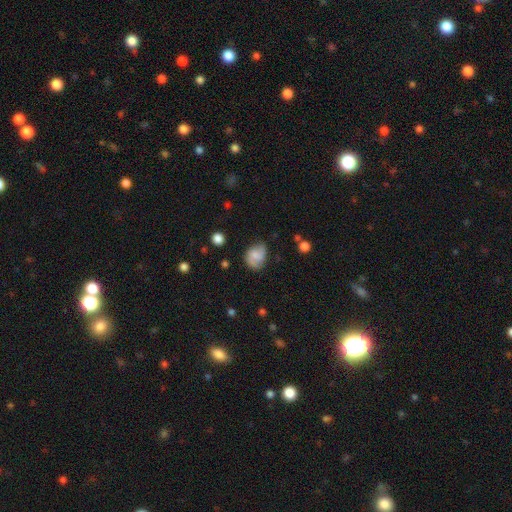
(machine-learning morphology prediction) smooth_or_featured: smooth (p=0.61) [alt: featured or disk p=0.31]
how_rounded: in between (p=0.57) [alt: round p=0.41]
merging: none (p=0.60) [alt: minor disturbance p=0.29]